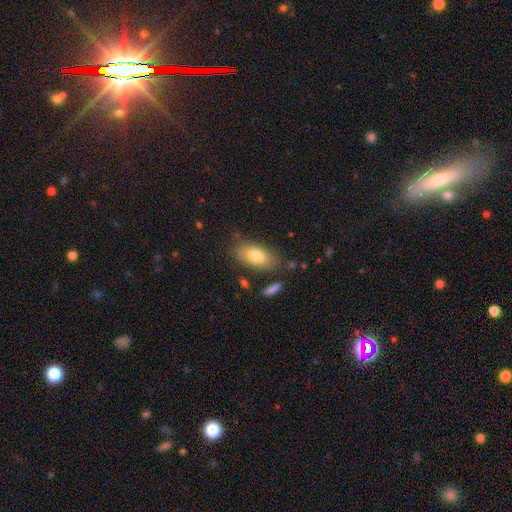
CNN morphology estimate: Q: Smooth or featured?
A: smooth (77%); runner-up: featured or disk (16%)
Q: How rounded?
A: in between (88%); runner-up: cigar-shaped (8%)
Q: Merging?
A: none (77%); runner-up: minor disturbance (15%)